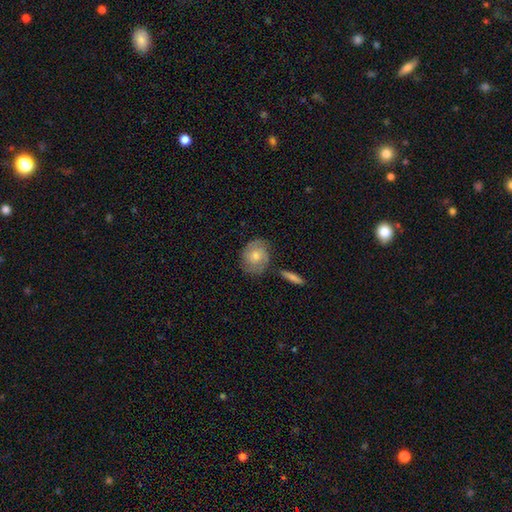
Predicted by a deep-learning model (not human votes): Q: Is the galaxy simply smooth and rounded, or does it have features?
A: featured or disk — 64%.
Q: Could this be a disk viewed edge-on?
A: no — 96%.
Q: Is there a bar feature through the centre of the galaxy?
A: no — 72%.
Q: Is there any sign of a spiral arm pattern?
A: yes — 90%.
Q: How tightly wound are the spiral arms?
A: tight — 56%.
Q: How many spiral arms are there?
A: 2 — 71%.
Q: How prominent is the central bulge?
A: moderate — 60%.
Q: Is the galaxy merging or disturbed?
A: none — 77%.